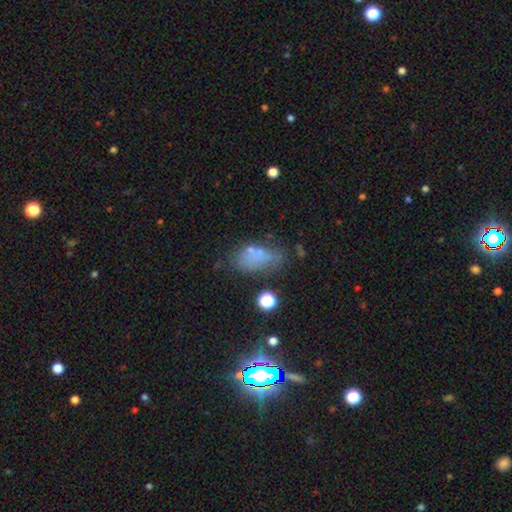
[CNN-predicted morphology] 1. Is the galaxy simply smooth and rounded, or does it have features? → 63% smooth, 19% featured or disk, 18% star or artifact.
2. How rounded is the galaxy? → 85% in between, 9% round, 6% cigar-shaped.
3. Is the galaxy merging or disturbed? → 44% none, 25% minor disturbance, 18% major disturbance, 12% merger.